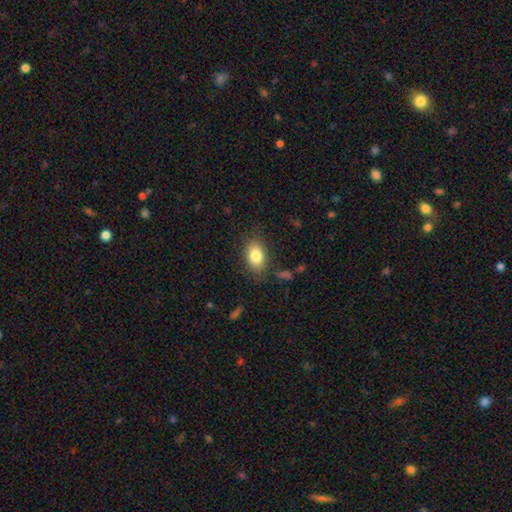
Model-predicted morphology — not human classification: Smooth or featured? Predicted: smooth (p=0.82). How rounded? Predicted: in between (p=0.85). Merging? Predicted: none (p=0.79).